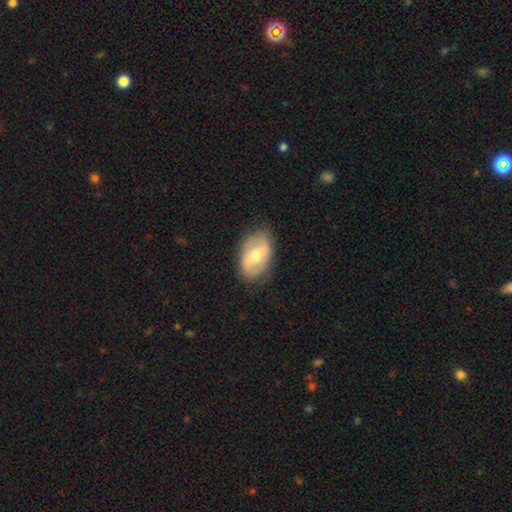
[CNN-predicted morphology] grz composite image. It shows a featured or disk galaxy (49%). Merging: none (78%).